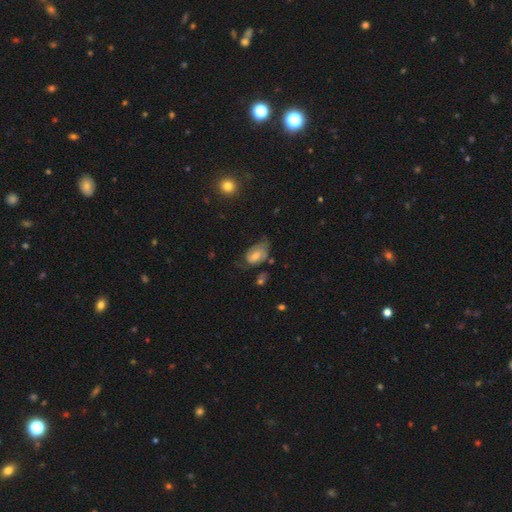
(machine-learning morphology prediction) smooth 46%, featured or disk 45%, star or artifact 9%. Down the decision tree: merging — none (38%).